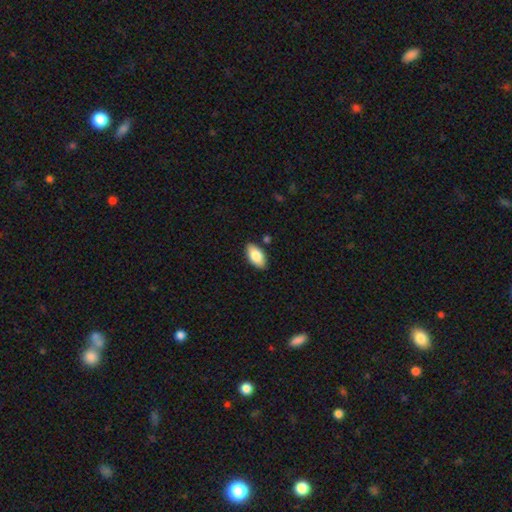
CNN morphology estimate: A smooth galaxy with no disk features (82%) that is in between round and cigar-shaped (93%).

Vote fractions:
- Smooth or featured? smooth: 82% / featured or disk: 12% / star or artifact: 6%
- How rounded? in between: 93% / cigar-shaped: 5% / round: 3%
- Merging? none: 86% / minor disturbance: 9% / merger: 2% / major disturbance: 2%